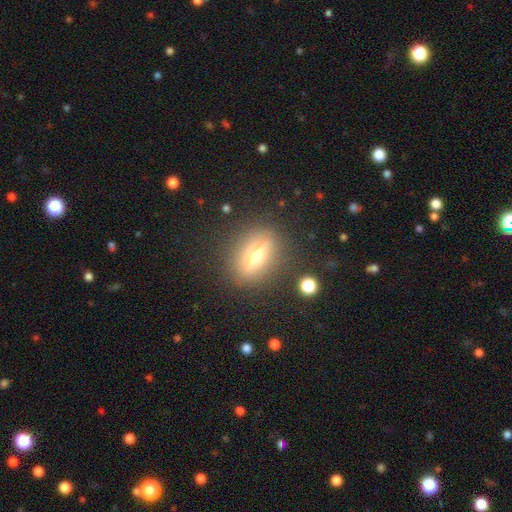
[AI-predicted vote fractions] The model was most divided on "smooth or featured": featured or disk: 47%, smooth: 40%, star or artifact: 13%. More confident: merging — none (84%).